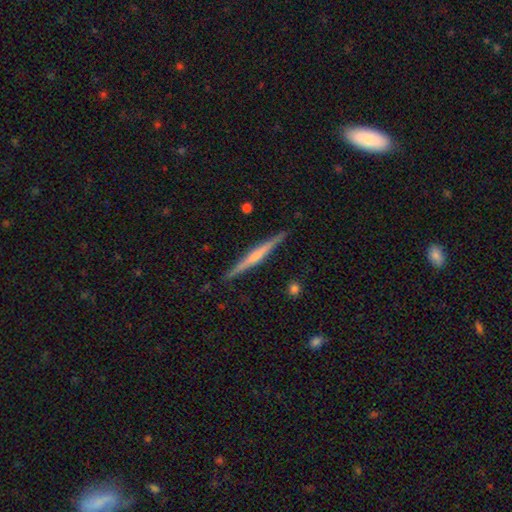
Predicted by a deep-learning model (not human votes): featured or disk 67%, smooth 28%, star or artifact 5%. Down the decision tree: edge-on disk — yes (98%); edge-on bulge — rounded (51%); merging — none (90%).